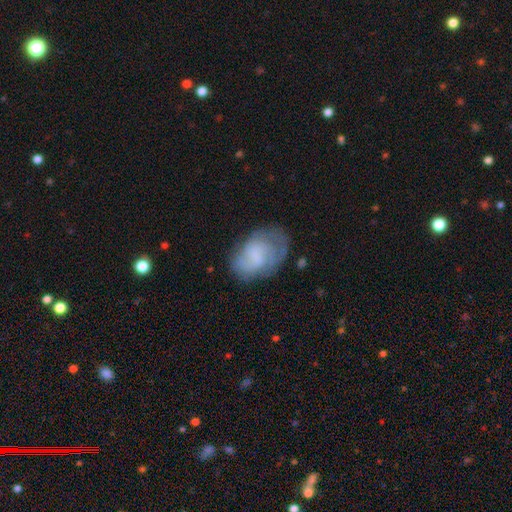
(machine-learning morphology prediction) Smooth or featured? featured or disk (48%)
Merging? none (54%)